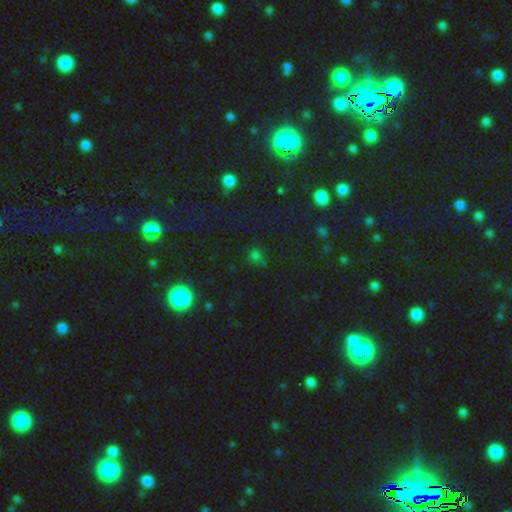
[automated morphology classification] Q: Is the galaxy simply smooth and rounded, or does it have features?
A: smooth — 51%.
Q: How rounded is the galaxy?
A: round — 67%.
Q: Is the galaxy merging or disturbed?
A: none — 67%.